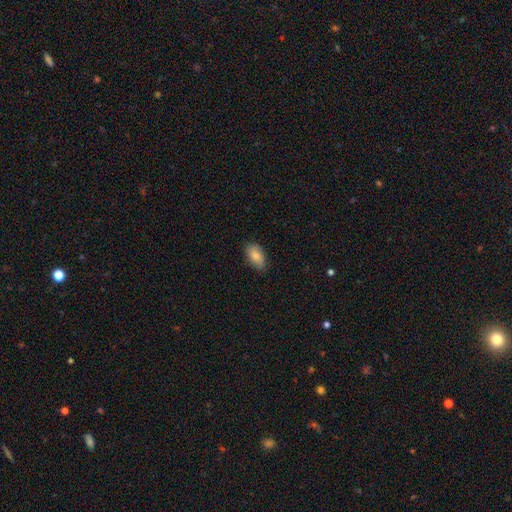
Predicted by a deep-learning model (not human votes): Morphology: type=smooth (83%); roundness=in between (92%); merging=none (83%).